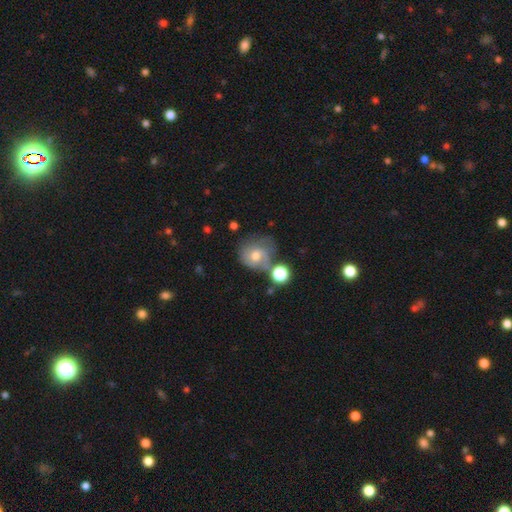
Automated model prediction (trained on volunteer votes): Smooth or featured?
  - smooth: 55% *
  - featured or disk: 34%
  - star or artifact: 12%
How rounded?
  - round: 76% *
  - in between: 23%
  - cigar-shaped: 1%
Merging?
  - none: 36% *
  - minor disturbance: 25%
  - major disturbance: 22%
  - merger: 18%